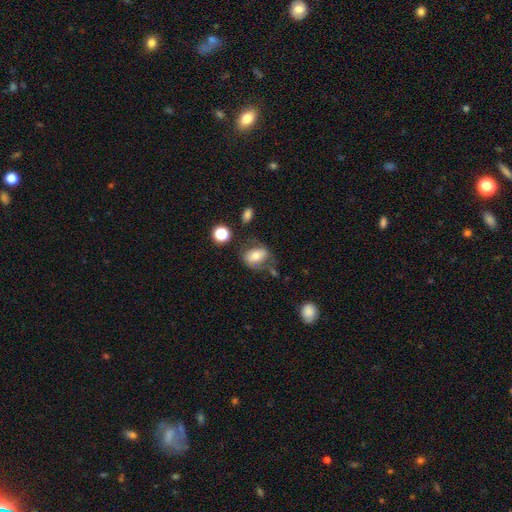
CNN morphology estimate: Smooth or featured? smooth (60%)
How rounded? in between (74%)
Merging? none (50%)